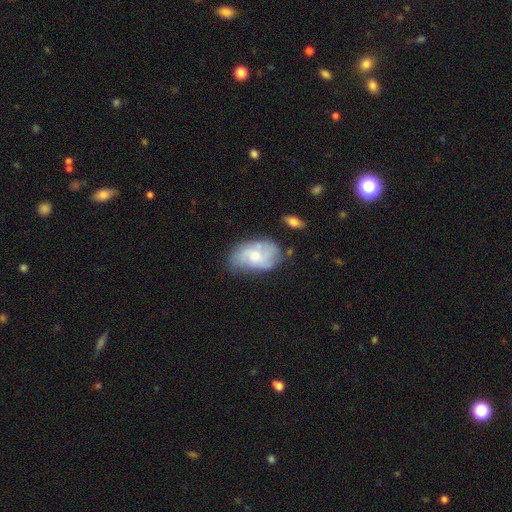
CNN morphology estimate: smooth-or-featured: featured or disk: 55% | smooth: 38% | star or artifact: 7%
  disk-edge-on: no: 96% | yes: 4%
    bar: no: 71% | weak: 26% | strong: 3%
    has-spiral-arms: yes: 71% | no: 29%
    bulge-size: moderate: 49% | small: 40% | none: 6% | large: 5% | dominant: 1%
  merging: none: 56% | minor disturbance: 28% | major disturbance: 12% | merger: 5%